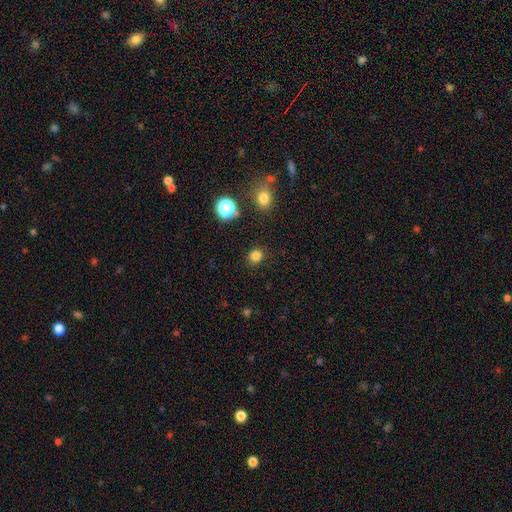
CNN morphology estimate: smooth-or-featured: smooth: 81% | star or artifact: 15% | featured or disk: 4%
  how-rounded: round: 83% | in between: 16% | cigar-shaped: 1%
  merging: none: 88% | minor disturbance: 8% | major disturbance: 3% | merger: 2%